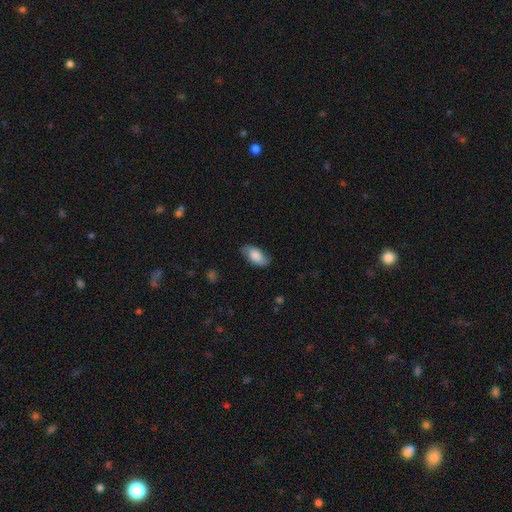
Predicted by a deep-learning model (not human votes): Overall: smooth (66%; featured or disk 27%). How rounded: in between (92%). Merging: none (78%).